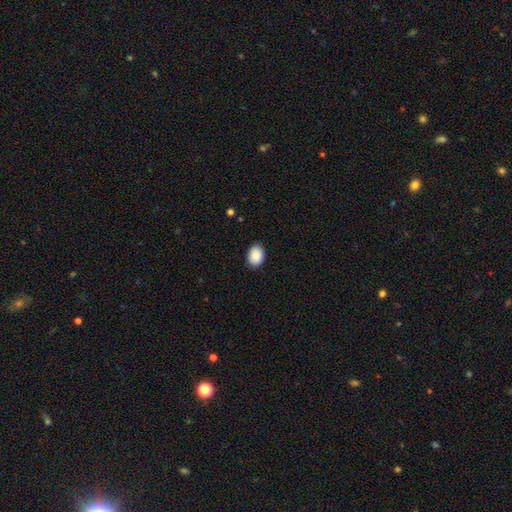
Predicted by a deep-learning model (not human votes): Smooth or featured: smooth — 90% (star or artifact — 7%)
How rounded: in between — 72% (round — 27%)
Merging: none — 88% (minor disturbance — 10%)